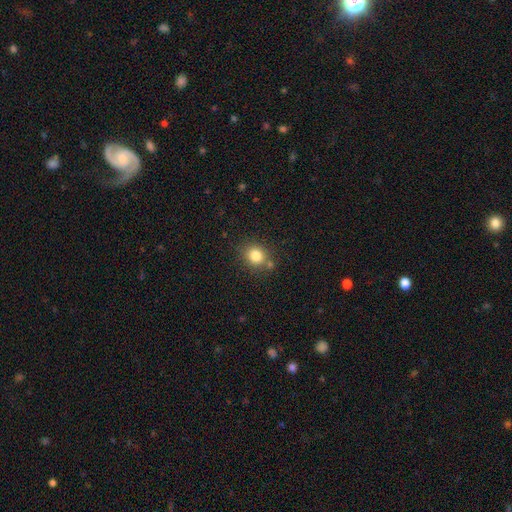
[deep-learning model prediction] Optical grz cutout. It shows a smooth galaxy with no disk features (81%) that is round (76%). Merging: none (75%).